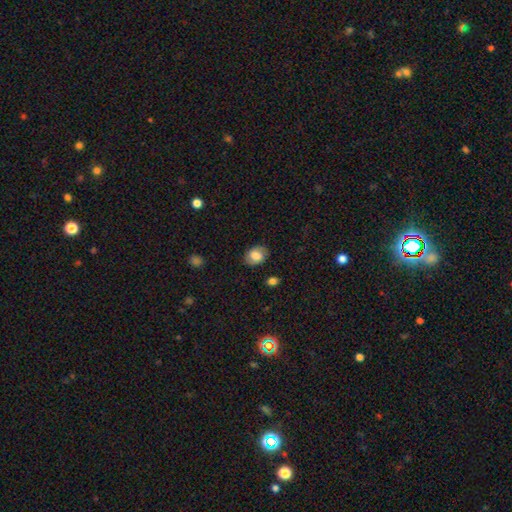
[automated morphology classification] A smooth galaxy with no disk features (71%) that is in between round and cigar-shaped (72%).

Vote fractions:
- Smooth or featured? smooth: 71% / featured or disk: 20% / star or artifact: 8%
- How rounded? in between: 72% / round: 27% / cigar-shaped: 1%
- Merging? none: 82% / minor disturbance: 13% / major disturbance: 4% / merger: 1%